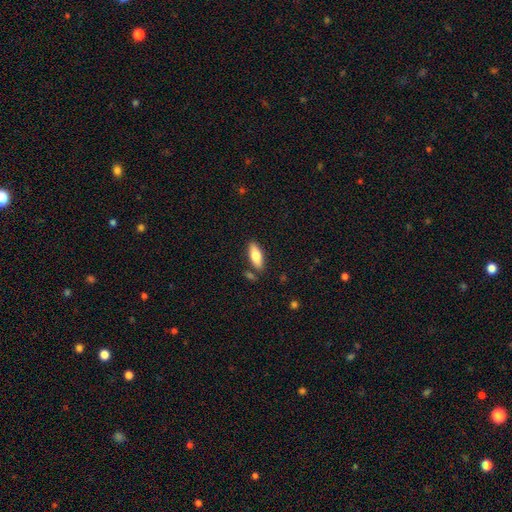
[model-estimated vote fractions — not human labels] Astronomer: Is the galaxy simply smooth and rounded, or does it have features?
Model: smooth — 74%.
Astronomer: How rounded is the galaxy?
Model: in between — 72%.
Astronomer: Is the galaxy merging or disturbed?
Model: none — 82%.